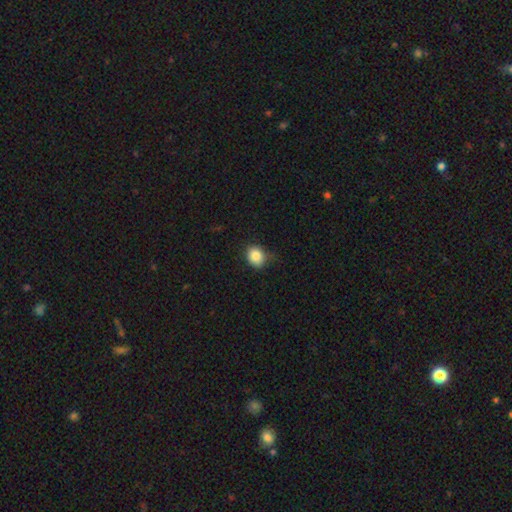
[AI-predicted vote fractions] smooth-or-featured: smooth: 85% | star or artifact: 10% | featured or disk: 5%
  how-rounded: round: 68% | in between: 31% | cigar-shaped: 1%
  merging: none: 68% | minor disturbance: 25% | major disturbance: 5% | merger: 1%